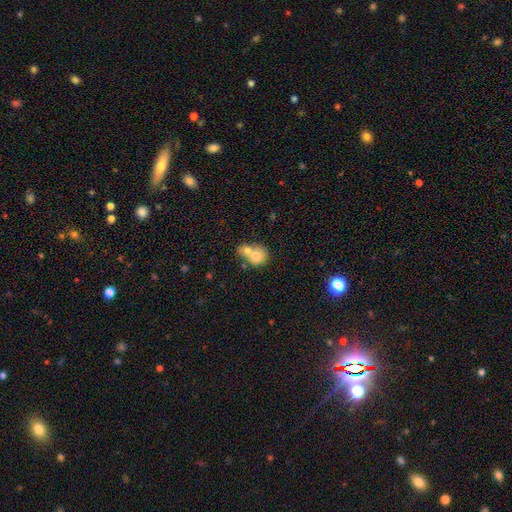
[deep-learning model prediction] smooth 70%, featured or disk 21%, star or artifact 9%. Down the decision tree: how rounded — round (68%); merging — merger (68%).